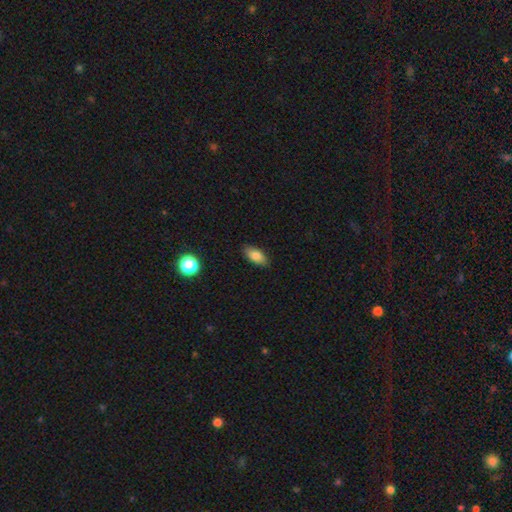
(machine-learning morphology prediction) smooth-or-featured: smooth: 83% | featured or disk: 9% | star or artifact: 8%
  how-rounded: in between: 90% | cigar-shaped: 6% | round: 4%
  merging: none: 87% | minor disturbance: 9% | major disturbance: 2% | merger: 1%